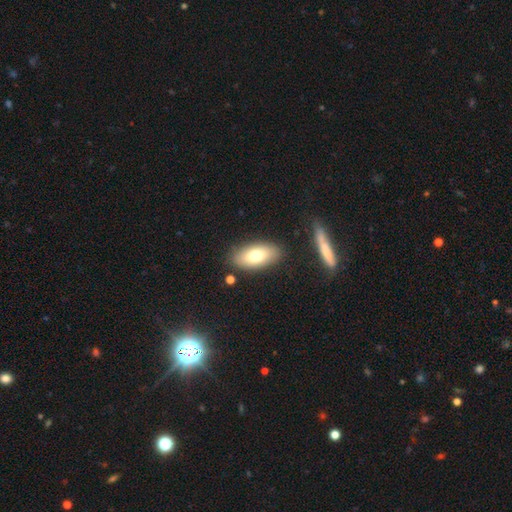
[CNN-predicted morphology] Smooth or featured?
  - smooth: 76% *
  - featured or disk: 17%
  - star or artifact: 7%
How rounded?
  - in between: 89% *
  - cigar-shaped: 8%
  - round: 3%
Merging?
  - none: 83% *
  - minor disturbance: 11%
  - merger: 4%
  - major disturbance: 3%